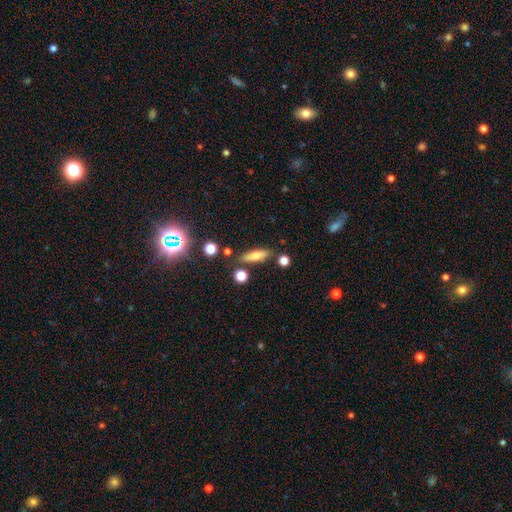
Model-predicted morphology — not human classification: Smooth or featured? smooth (64%)
How rounded? cigar-shaped (55%)
Merging? none (80%)